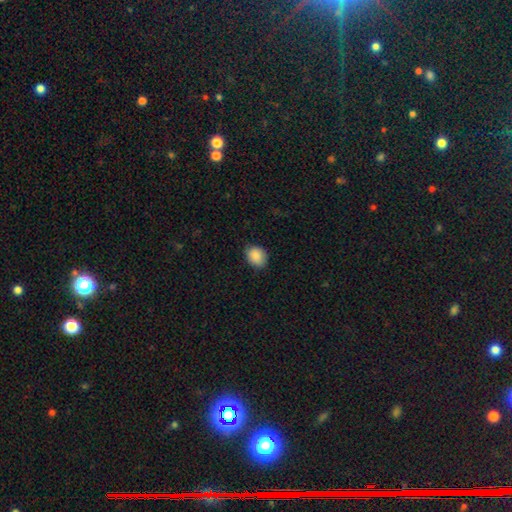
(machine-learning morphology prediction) A smooth galaxy with no disk features (89%) that is in between round and cigar-shaped (53%). Merging: none (80%).